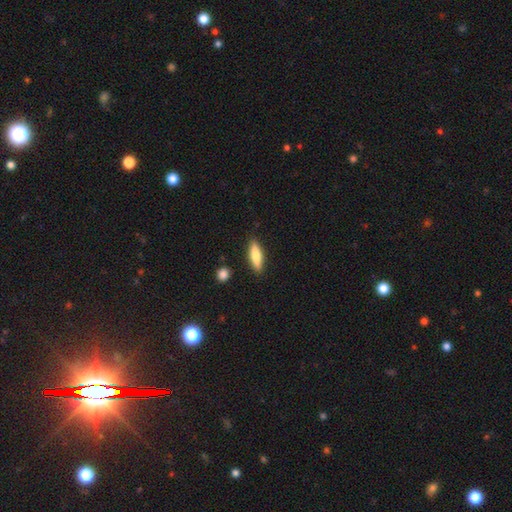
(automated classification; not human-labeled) Smooth or featured? Predicted: smooth (p=0.74). How rounded? Predicted: cigar-shaped (p=0.56). Merging? Predicted: none (p=0.87).